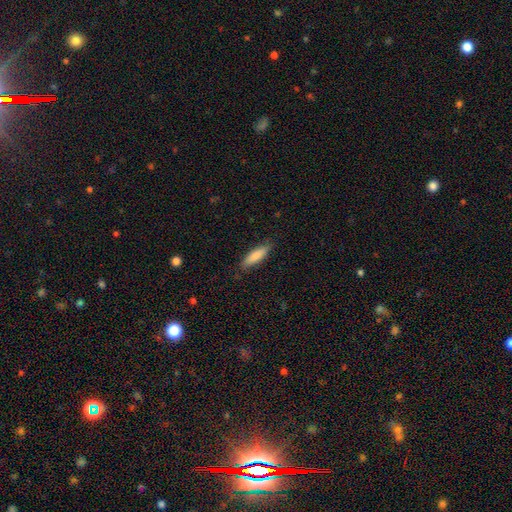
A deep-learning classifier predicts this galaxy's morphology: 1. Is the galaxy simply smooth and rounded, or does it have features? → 84% smooth, 11% featured or disk, 5% star or artifact.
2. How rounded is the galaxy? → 67% cigar-shaped, 32% in between, 1% round.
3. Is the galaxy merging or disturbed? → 84% none, 13% minor disturbance, 2% major disturbance, 1% merger.